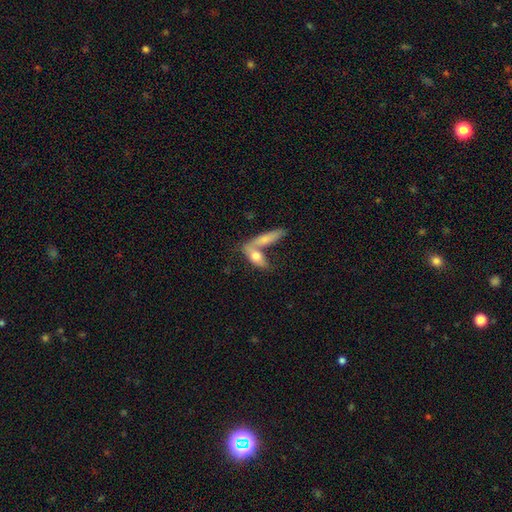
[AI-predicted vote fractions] A featured or disk galaxy (44%). Merging: merger (47%).